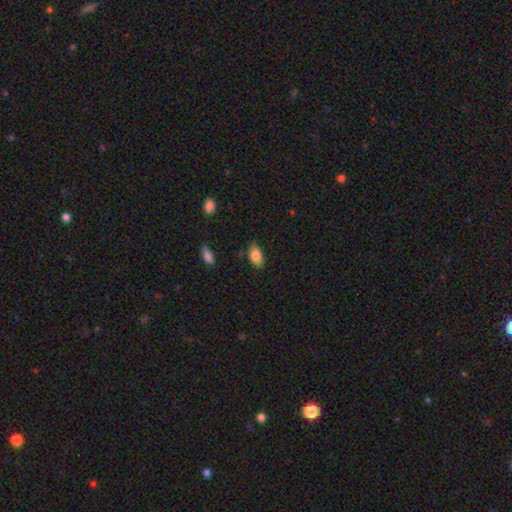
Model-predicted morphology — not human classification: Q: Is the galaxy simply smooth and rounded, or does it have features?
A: smooth — 82%.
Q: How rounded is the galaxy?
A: in between — 91%.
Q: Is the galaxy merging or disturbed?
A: none — 83%.